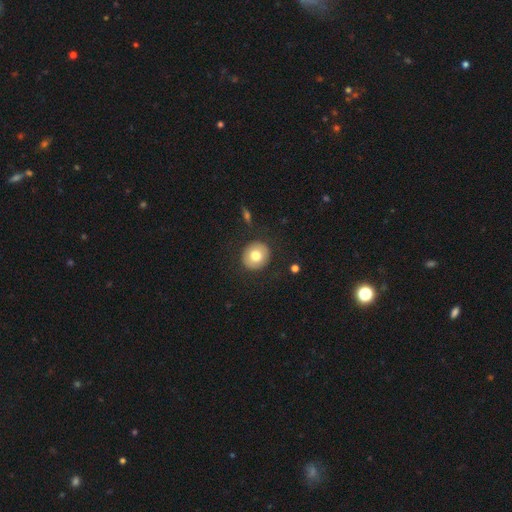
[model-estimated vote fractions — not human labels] A smooth galaxy with no disk features (75%) that is round (86%). Merging: none (89%).